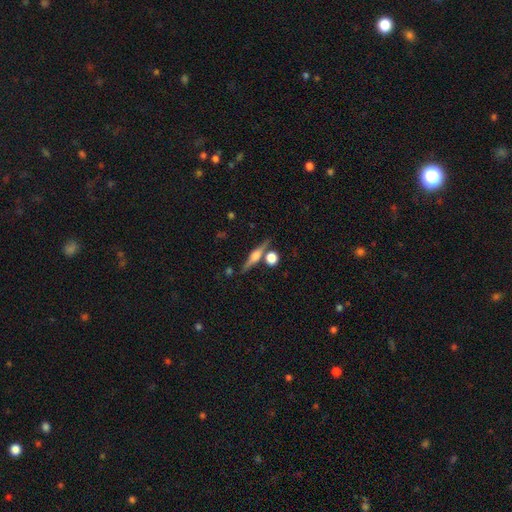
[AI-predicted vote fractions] This appears to be a featured or disk galaxy (70%) viewed edge-on (97%) with a rounded central bulge (87%). Merging: none (79%).